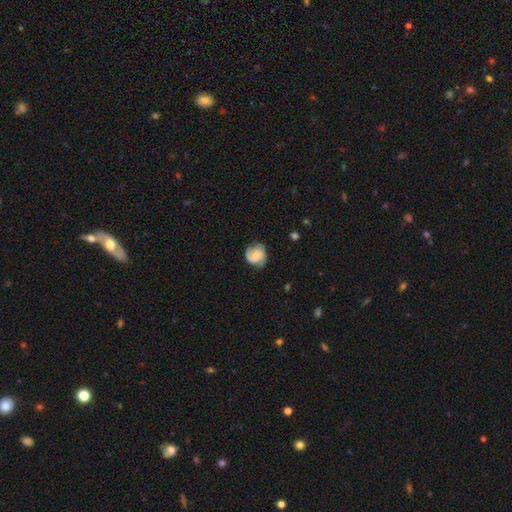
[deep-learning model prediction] smooth_or_featured: smooth (p=0.48) [alt: featured or disk p=0.45]
merging: none (p=0.64) [alt: minor disturbance p=0.26]